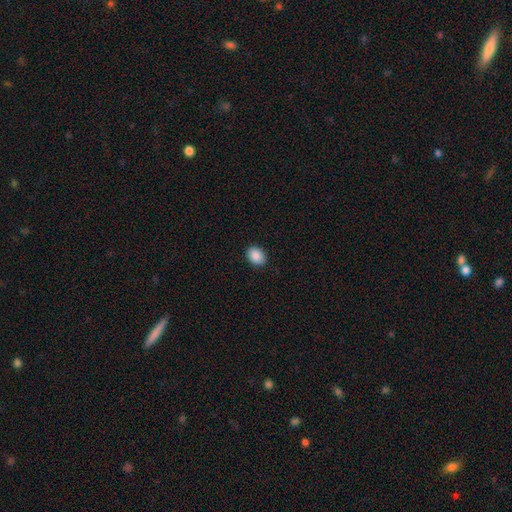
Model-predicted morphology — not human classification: A smooth galaxy with no disk features (89%) that is in between round and cigar-shaped (70%).

Vote fractions:
- Smooth or featured? smooth: 89% / star or artifact: 7% / featured or disk: 3%
- How rounded? in between: 70% / round: 29% / cigar-shaped: 1%
- Merging? none: 90% / minor disturbance: 7% / major disturbance: 2% / merger: 1%